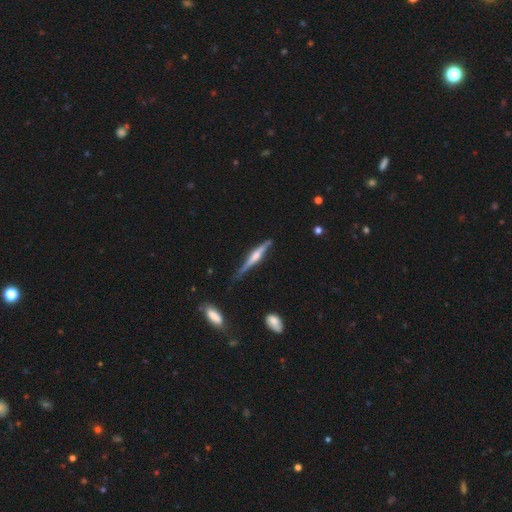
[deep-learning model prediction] Overall: featured or disk (74%). Edge-on disk: yes (97%). Edge-on bulge: rounded (69%). Merging: none (73%).